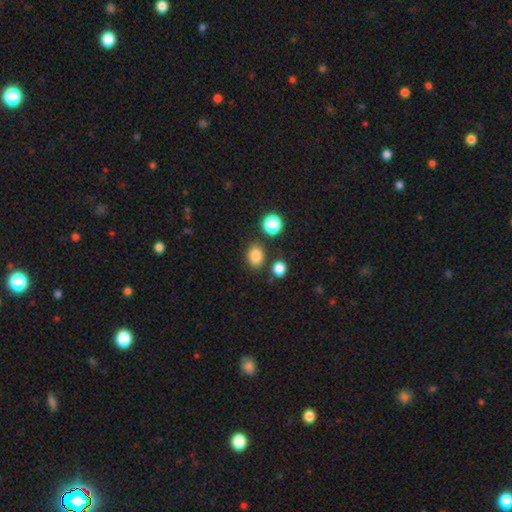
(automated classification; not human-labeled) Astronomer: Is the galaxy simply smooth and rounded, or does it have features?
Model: smooth — 83%.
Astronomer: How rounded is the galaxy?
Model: in between — 59% (runner-up: round, 40%).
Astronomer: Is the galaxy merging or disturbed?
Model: none — 80%.